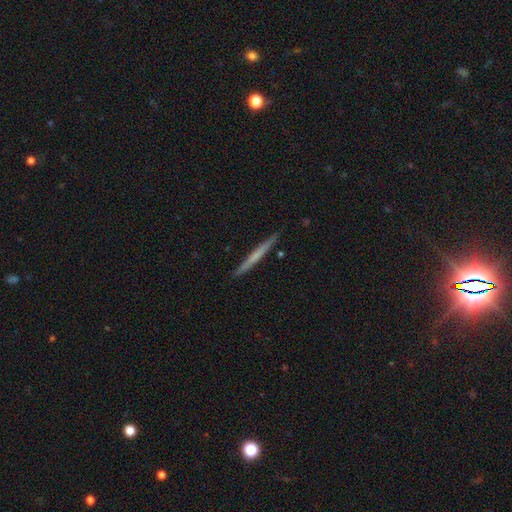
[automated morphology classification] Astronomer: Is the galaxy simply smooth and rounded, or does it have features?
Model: smooth — 50% (runner-up: featured or disk, 45%).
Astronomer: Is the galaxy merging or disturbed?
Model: none — 91%.